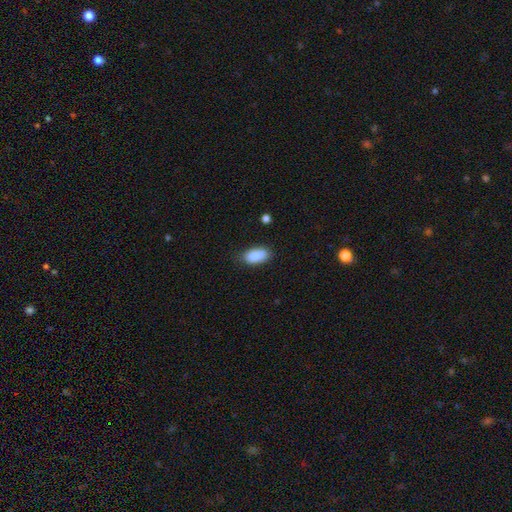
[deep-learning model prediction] Smooth or featured? smooth (89%)
How rounded? in between (90%)
Merging? none (77%)